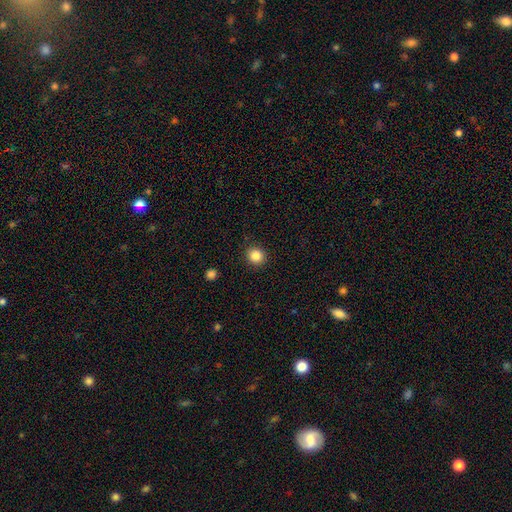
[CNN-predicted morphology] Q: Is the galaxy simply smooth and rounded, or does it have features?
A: smooth — 85%.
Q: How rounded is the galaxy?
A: round — 86%.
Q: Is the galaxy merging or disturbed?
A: none — 91%.